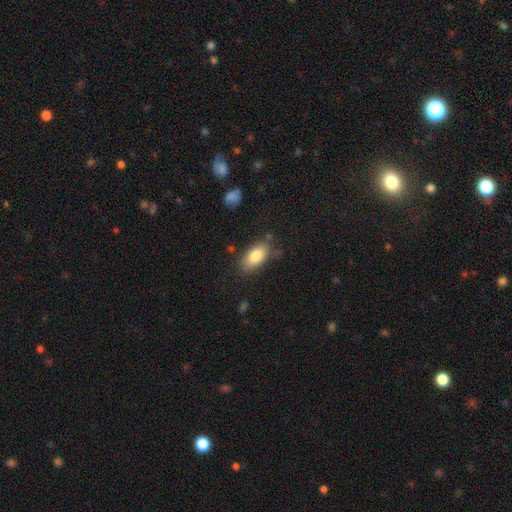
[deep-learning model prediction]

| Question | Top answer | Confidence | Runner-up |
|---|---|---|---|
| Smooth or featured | smooth | 82% | featured or disk (11%) |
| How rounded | in between | 90% | cigar-shaped (5%) |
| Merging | none | 74% | minor disturbance (18%) |